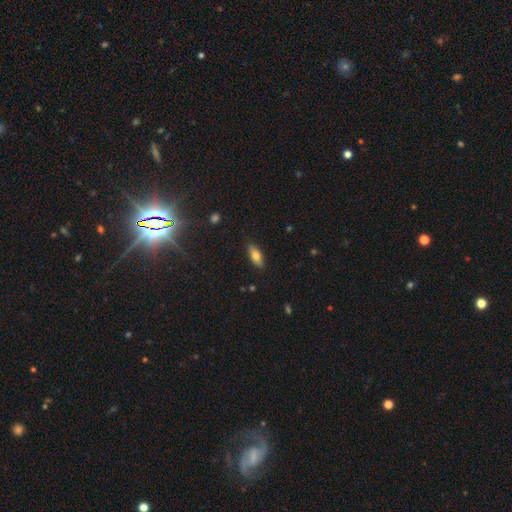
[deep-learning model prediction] Q: Smooth or featured?
A: smooth (72%); runner-up: featured or disk (21%)
Q: How rounded?
A: in between (77%); runner-up: cigar-shaped (20%)
Q: Merging?
A: none (87%); runner-up: minor disturbance (10%)